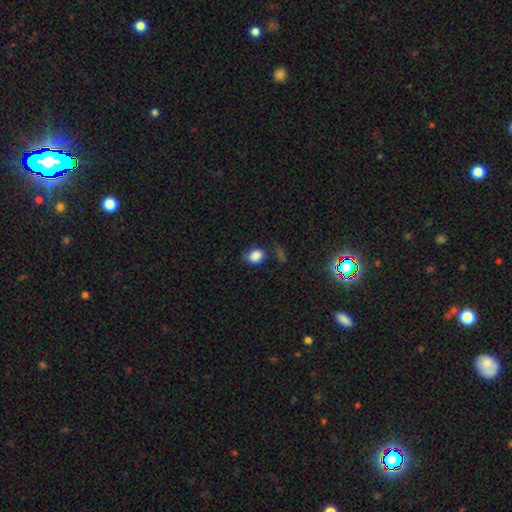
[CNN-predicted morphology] The model was most divided on "how rounded": in between: 63%, round: 35%, cigar-shaped: 1%. More confident: smooth or featured — smooth (85%); merging — none (56%).